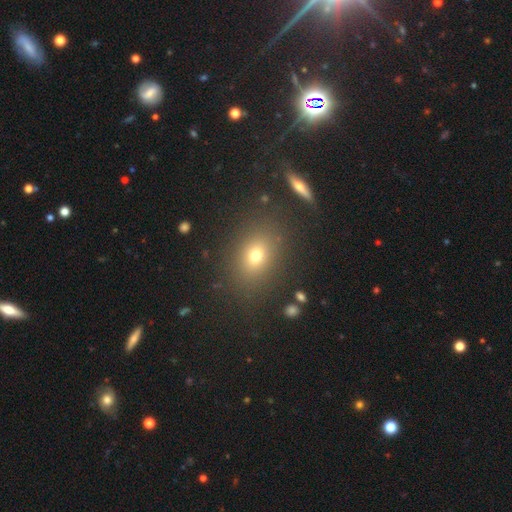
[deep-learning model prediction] Smooth or featured: smooth — 71% (star or artifact — 17%)
How rounded: in between — 62% (round — 36%)
Merging: none — 84% (minor disturbance — 9%)